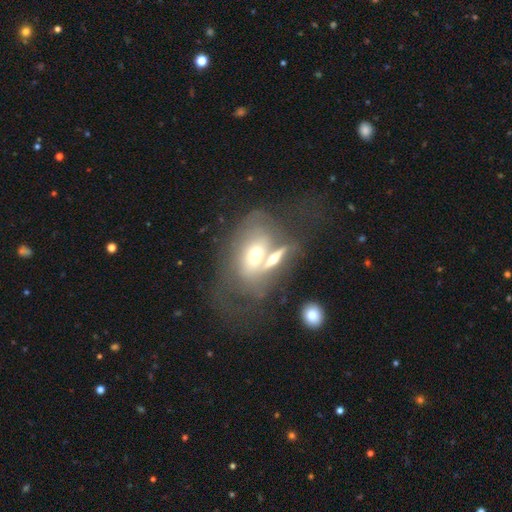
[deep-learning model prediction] Smooth or featured? Predicted: featured or disk (p=0.50). Edge-on disk? Predicted: no (p=0.80). Merging? Predicted: merger (p=0.48).